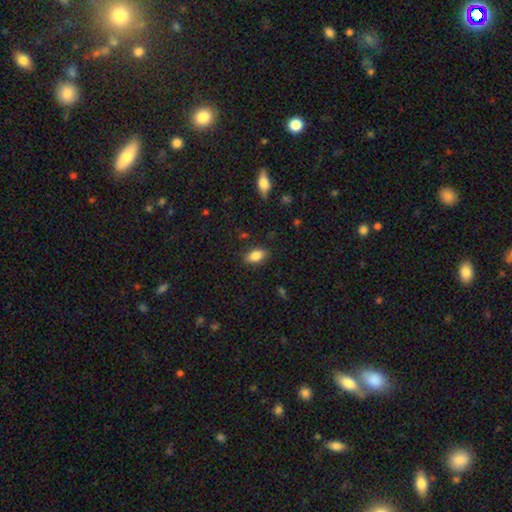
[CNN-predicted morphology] This appears to be a smooth galaxy with no disk features (83%) that is in between round and cigar-shaped (89%). Merging: none (83%).